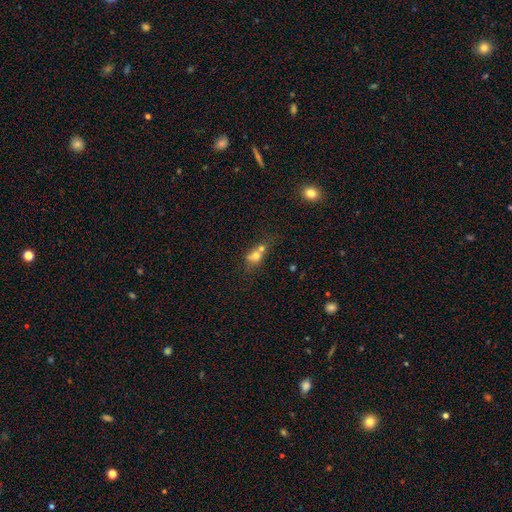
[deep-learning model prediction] smooth_or_featured: smooth (p=0.64) [alt: featured or disk p=0.22]
how_rounded: round (p=0.55) [alt: in between p=0.41]
merging: merger (p=0.61) [alt: none p=0.25]